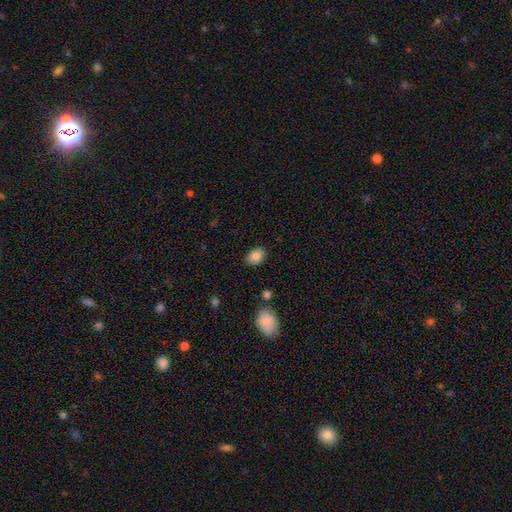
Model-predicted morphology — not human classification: The model was most divided on "how rounded": in between: 68%, round: 31%, cigar-shaped: 1%. More confident: merging — none (84%); smooth or featured — smooth (84%).